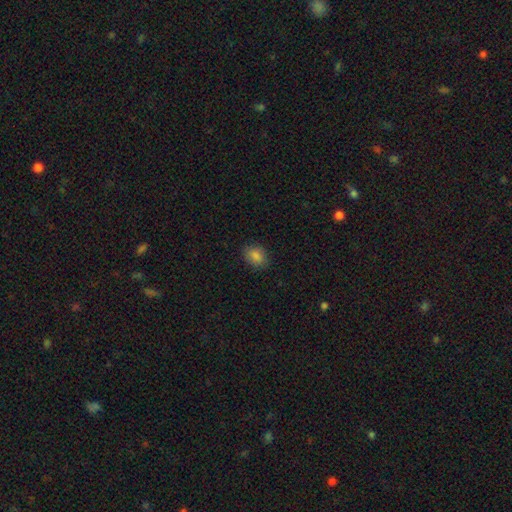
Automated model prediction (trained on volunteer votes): smooth 86%, star or artifact 9%, featured or disk 5%. Down the decision tree: how rounded — in between (69%); merging — none (85%).